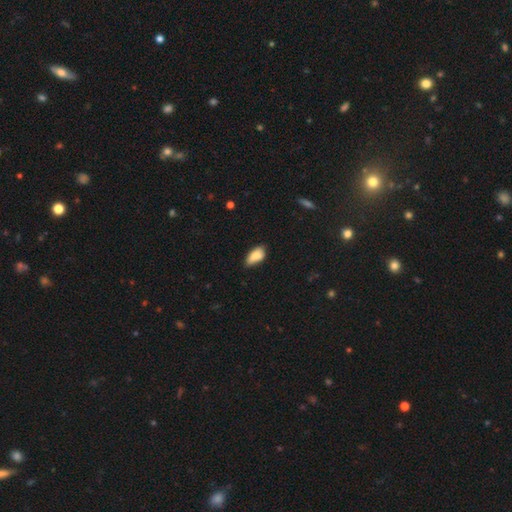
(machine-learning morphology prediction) The model was most divided on "merging": none: 59%, minor disturbance: 35%, major disturbance: 4%, merger: 2%. More confident: how rounded — in between (92%); smooth or featured — smooth (86%).